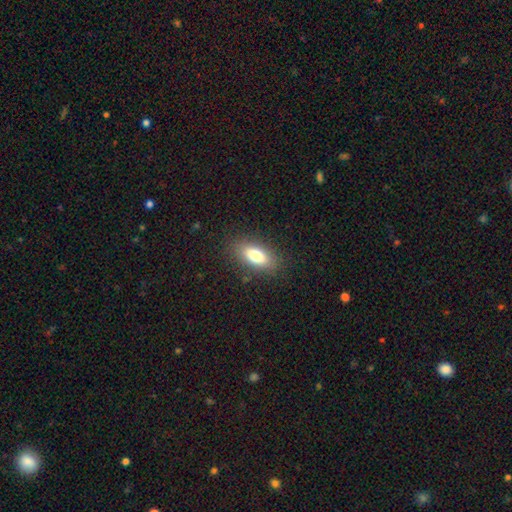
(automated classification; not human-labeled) A smooth galaxy with no disk features (77%) that is in between round and cigar-shaped (84%). Merging: none (85%).